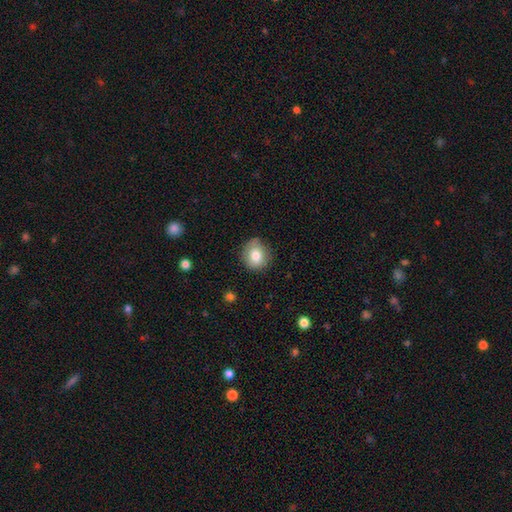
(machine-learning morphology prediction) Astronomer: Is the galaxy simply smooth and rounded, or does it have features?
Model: smooth — 79%.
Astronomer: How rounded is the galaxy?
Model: round — 83%.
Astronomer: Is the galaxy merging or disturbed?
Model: none — 79%.